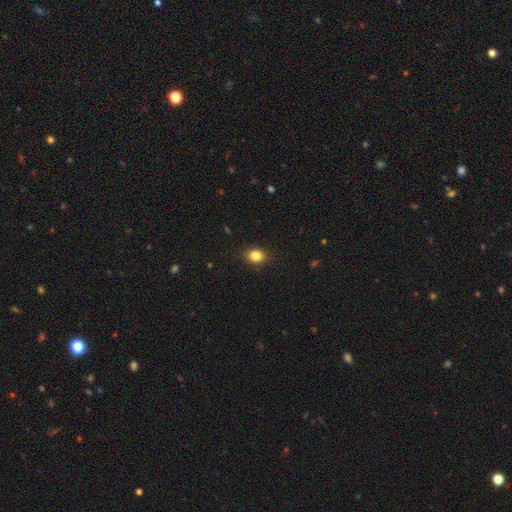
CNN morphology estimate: type=smooth (84%); roundness=in between (52%); merging=none (88%).